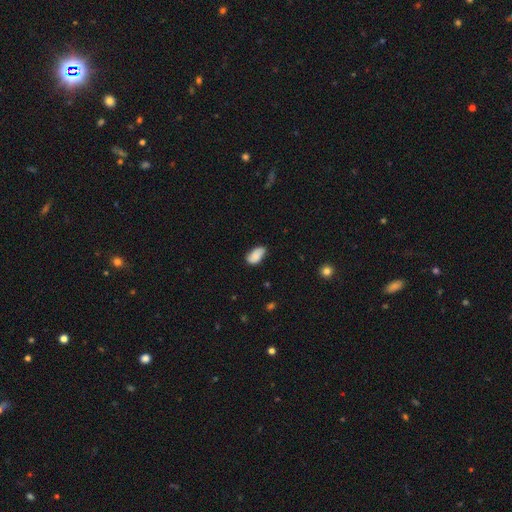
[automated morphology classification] Smooth or featured? smooth (79%)
How rounded? in between (94%)
Merging? none (66%)